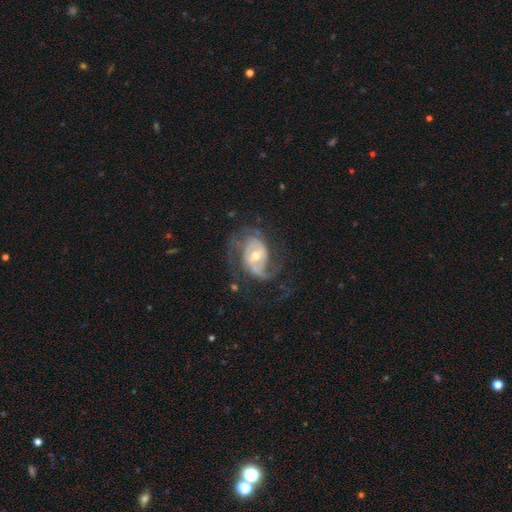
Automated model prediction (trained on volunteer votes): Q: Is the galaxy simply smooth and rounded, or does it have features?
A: featured or disk — 88%.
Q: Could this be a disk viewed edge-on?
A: no — 97%.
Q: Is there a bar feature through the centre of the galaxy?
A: weak — 45%.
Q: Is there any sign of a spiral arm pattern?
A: yes — 94%.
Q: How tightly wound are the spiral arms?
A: medium — 45%.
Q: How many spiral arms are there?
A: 2 — 60%.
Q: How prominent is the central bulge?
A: moderate — 62%.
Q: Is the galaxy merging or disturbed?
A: none — 57%.